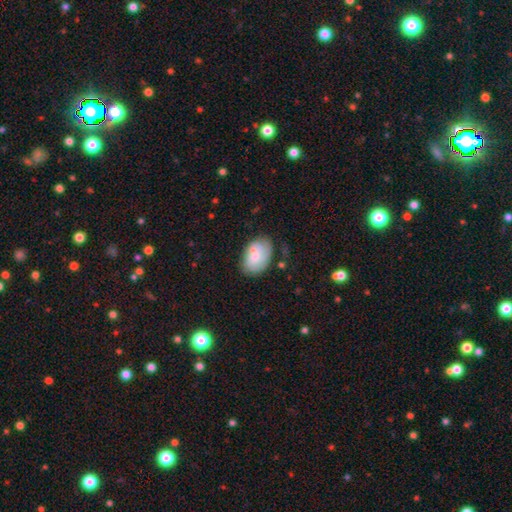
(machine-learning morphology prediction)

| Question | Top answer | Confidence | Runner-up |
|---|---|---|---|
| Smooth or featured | smooth | 67% | featured or disk (26%) |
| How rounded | in between | 87% | round (12%) |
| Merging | none | 62% | minor disturbance (26%) |